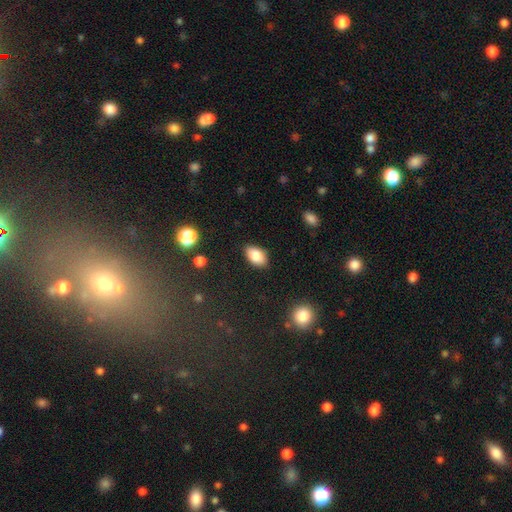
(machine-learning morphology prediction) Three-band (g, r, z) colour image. It shows a smooth galaxy with no disk features (84%) that is in between round and cigar-shaped (91%). Merging: none (85%).